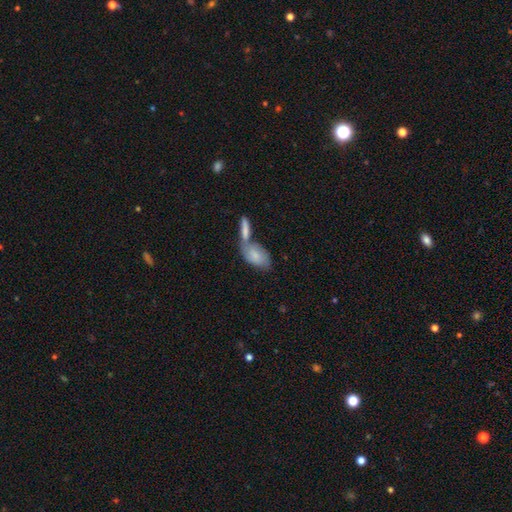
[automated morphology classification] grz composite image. It shows a smooth galaxy with no disk features (73%) that is in between round and cigar-shaped (89%). Merging: merger (55%).